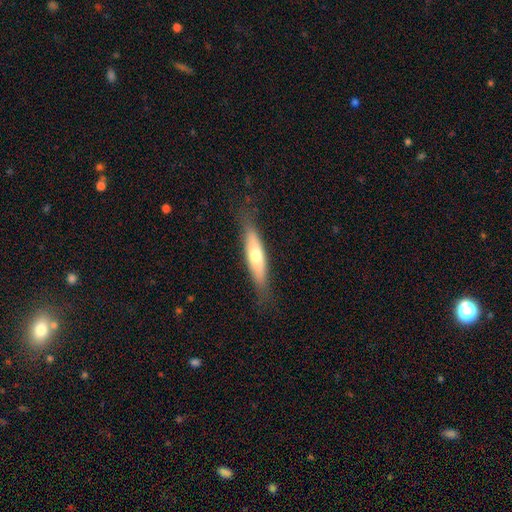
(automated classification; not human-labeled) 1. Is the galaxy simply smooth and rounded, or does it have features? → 56% smooth, 39% featured or disk, 6% star or artifact.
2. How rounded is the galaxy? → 71% cigar-shaped, 27% in between, 2% round.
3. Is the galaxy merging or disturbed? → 80% none, 15% minor disturbance, 4% major disturbance, 1% merger.